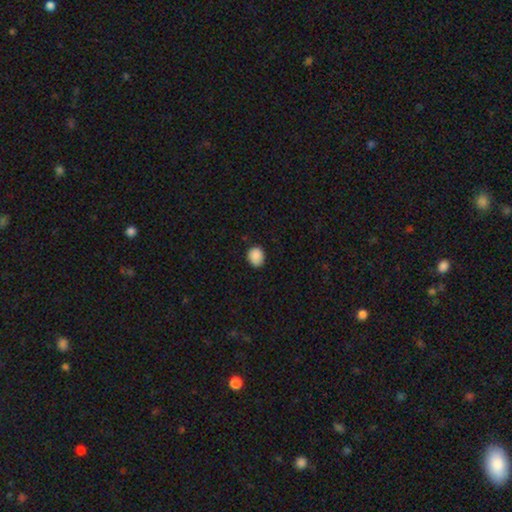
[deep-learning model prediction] The model was most divided on "how rounded": round: 62%, in between: 37%, cigar-shaped: 1%. More confident: smooth or featured — smooth (88%); merging — none (82%).